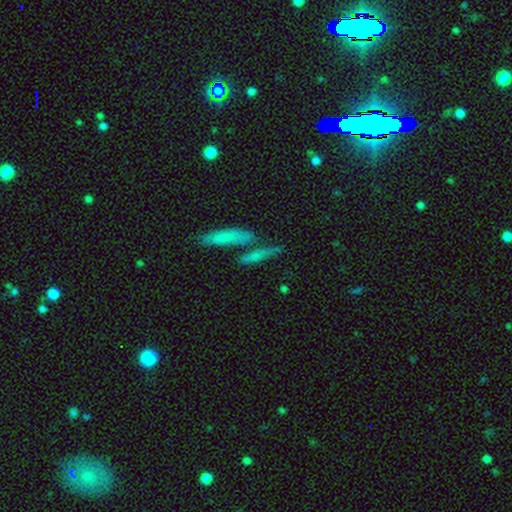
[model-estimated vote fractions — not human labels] This is possibly a smooth galaxy (57%). How rounded: likely cigar-shaped (77%). Merging: likely none (61%).